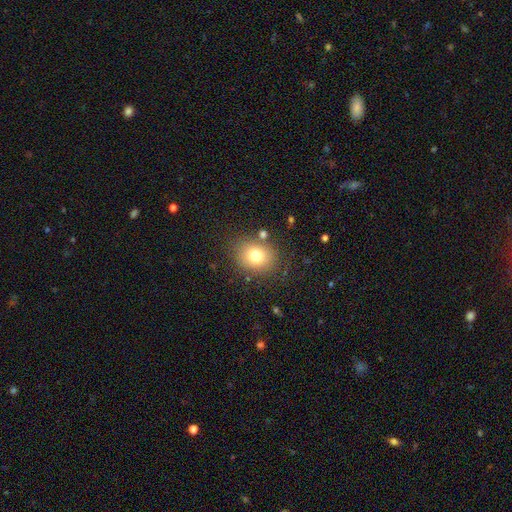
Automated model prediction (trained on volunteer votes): Q: Smooth or featured?
A: smooth (76%); runner-up: star or artifact (12%)
Q: How rounded?
A: round (61%); runner-up: in between (38%)
Q: Merging?
A: none (80%); runner-up: minor disturbance (11%)